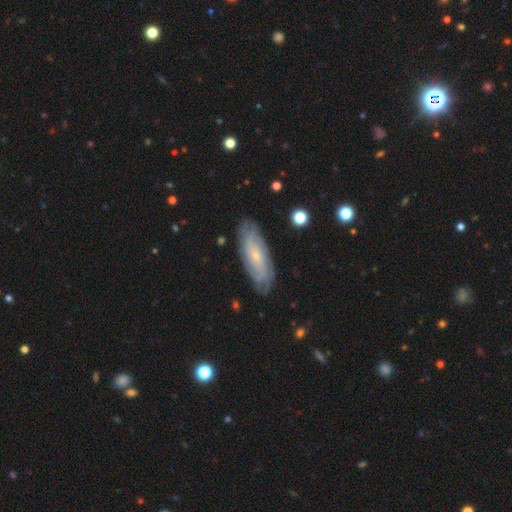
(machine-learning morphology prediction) smooth-or-featured: featured or disk: 68% | smooth: 26% | star or artifact: 7%
  disk-edge-on: no: 85% | yes: 15%
    bar: no: 72% | weak: 23% | strong: 5%
    has-spiral-arms: yes: 88% | no: 12%
      spiral-winding: tight: 69% | medium: 23% | loose: 7%
      spiral-arm-count: can't tell: 58% | 2: 18% | 3: 8% | 4: 8% | more than 4: 4% | 1: 4%
    bulge-size: small: 80% | moderate: 15% | none: 3% | large: 1% | dominant: 1%
  merging: none: 82% | minor disturbance: 14% | major disturbance: 3% | merger: 1%